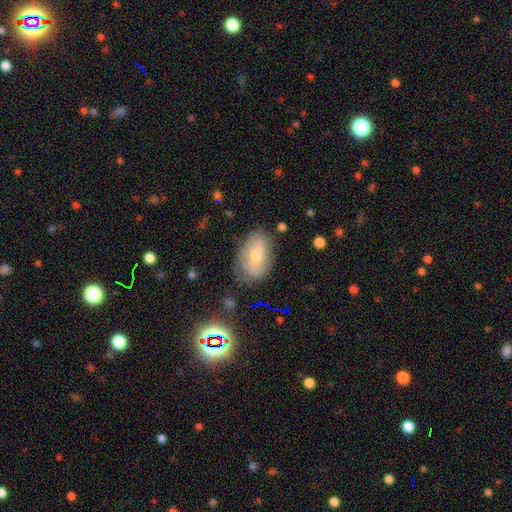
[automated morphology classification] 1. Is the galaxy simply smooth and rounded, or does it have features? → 47% featured or disk, 40% smooth, 12% star or artifact.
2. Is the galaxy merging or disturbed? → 69% none, 22% minor disturbance, 7% major disturbance, 3% merger.